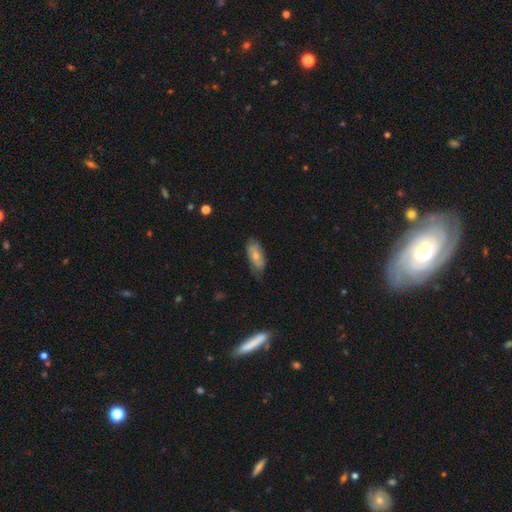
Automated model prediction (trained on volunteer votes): smooth-or-featured: smooth: 64% | featured or disk: 29% | star or artifact: 7%
  how-rounded: in between: 86% | cigar-shaped: 11% | round: 3%
  merging: none: 62% | minor disturbance: 30% | major disturbance: 6% | merger: 1%